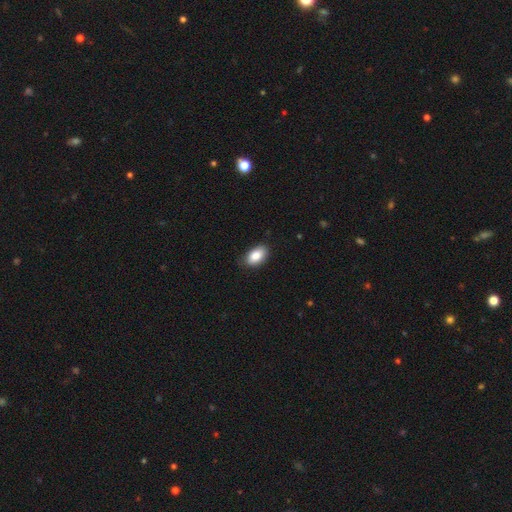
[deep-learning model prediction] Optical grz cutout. It shows a smooth galaxy with no disk features (86%) that is in between round and cigar-shaped (93%). Merging: none (82%).